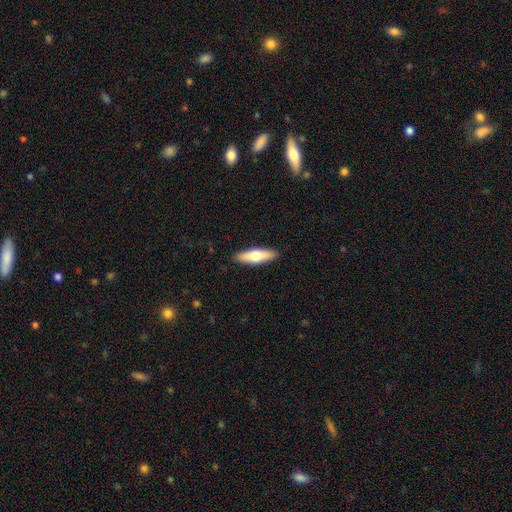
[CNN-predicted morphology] Smooth or featured?
  - smooth: 59% *
  - featured or disk: 36%
  - star or artifact: 6%
How rounded?
  - cigar-shaped: 58% *
  - in between: 39%
  - round: 2%
Merging?
  - none: 90% *
  - minor disturbance: 8%
  - major disturbance: 2%
  - merger: 1%